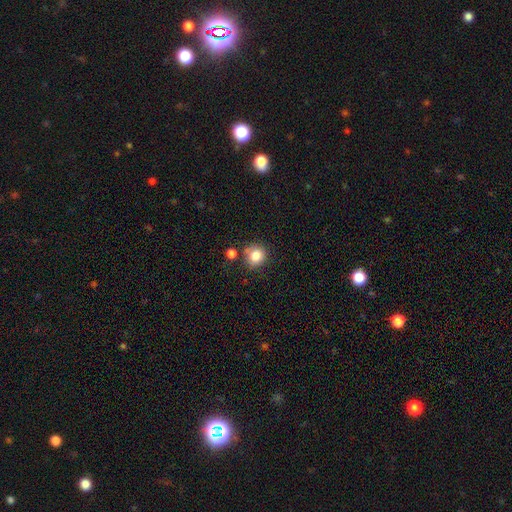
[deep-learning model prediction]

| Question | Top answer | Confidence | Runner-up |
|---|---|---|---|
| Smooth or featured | smooth | 82% | star or artifact (11%) |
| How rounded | round | 83% | in between (16%) |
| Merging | none | 69% | minor disturbance (15%) |